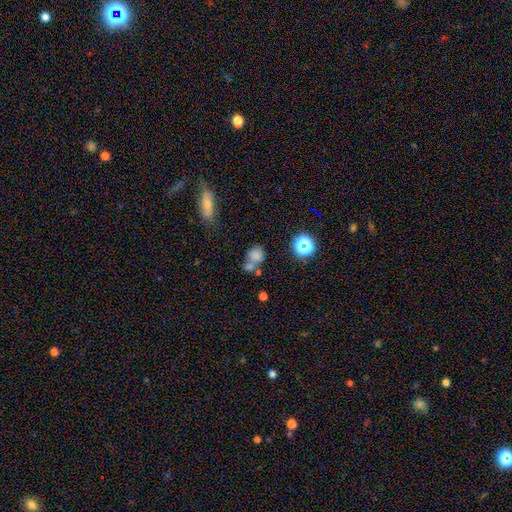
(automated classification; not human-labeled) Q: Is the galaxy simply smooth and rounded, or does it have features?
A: smooth — 71%.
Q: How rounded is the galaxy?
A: round — 64%.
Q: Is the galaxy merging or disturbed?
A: none — 40%.